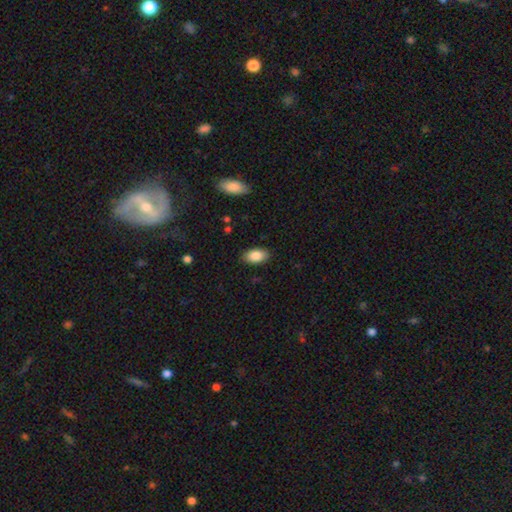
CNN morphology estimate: Smooth or featured? smooth (86%)
How rounded? in between (93%)
Merging? none (87%)